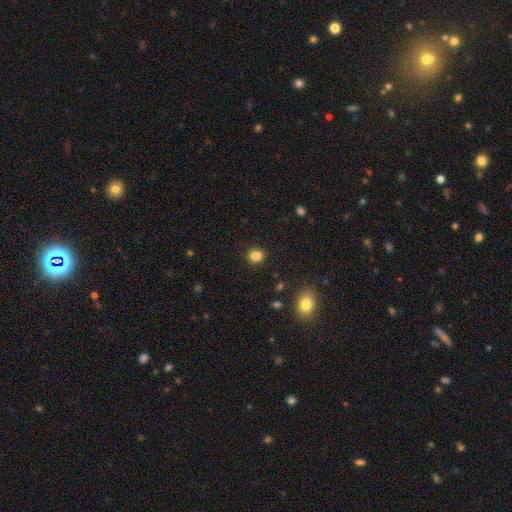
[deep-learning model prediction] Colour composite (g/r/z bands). It shows a smooth galaxy with no disk features (84%) that is round (64%). Merging: none (81%).